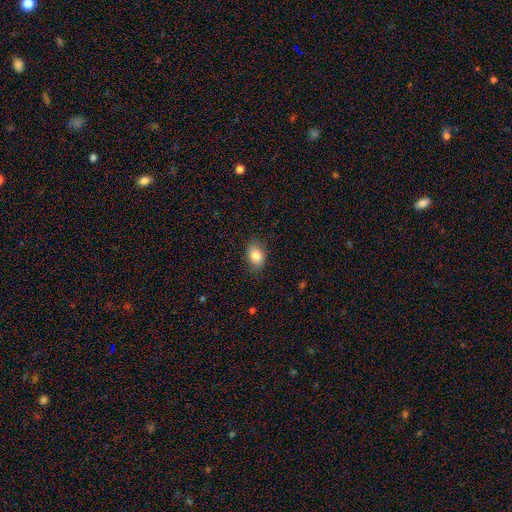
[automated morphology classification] The model was most divided on "how rounded": in between: 72%, round: 27%, cigar-shaped: 1%. More confident: smooth or featured — smooth (84%); merging — none (82%).